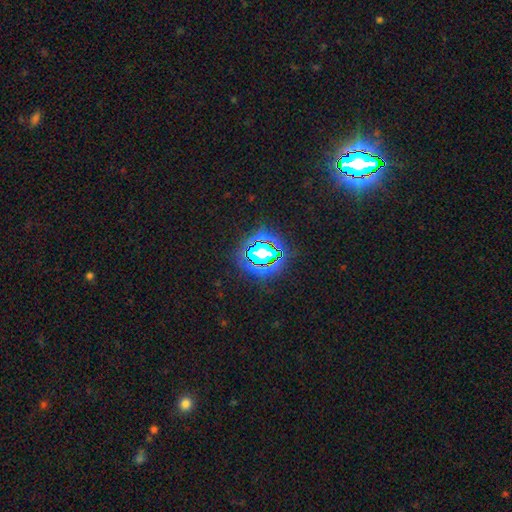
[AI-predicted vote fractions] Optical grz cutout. It shows a star or artifact, not a galaxy (83%).